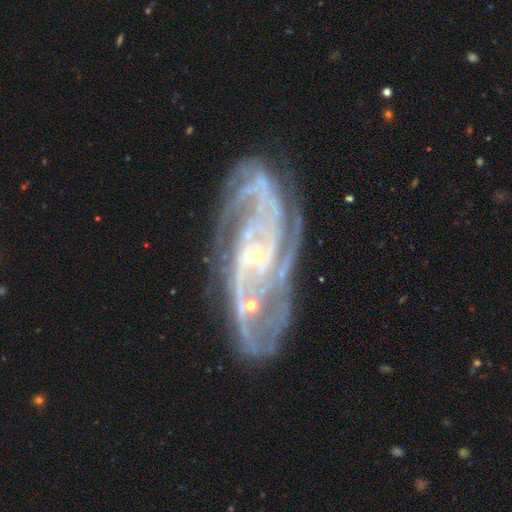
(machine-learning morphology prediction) smooth-or-featured: featured or disk: 90% | star or artifact: 6% | smooth: 4%
  disk-edge-on: no: 94% | yes: 6%
    bar: no: 48% | weak: 34% | strong: 18%
    has-spiral-arms: yes: 98% | no: 2%
      spiral-winding: tight: 49% | medium: 41% | loose: 10%
      spiral-arm-count: 3: 25% | 2: 24% | can't tell: 17% | 4: 16% | more than 4: 9% | 1: 8%
    bulge-size: small: 78% | moderate: 13% | none: 6% | large: 1% | dominant: 1%
  merging: none: 68% | minor disturbance: 18% | major disturbance: 10% | merger: 4%